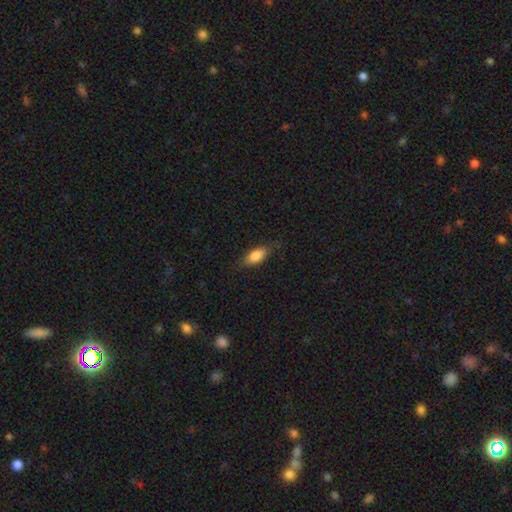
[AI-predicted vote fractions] Smooth or featured? smooth (81%)
How rounded? in between (83%)
Merging? none (77%)